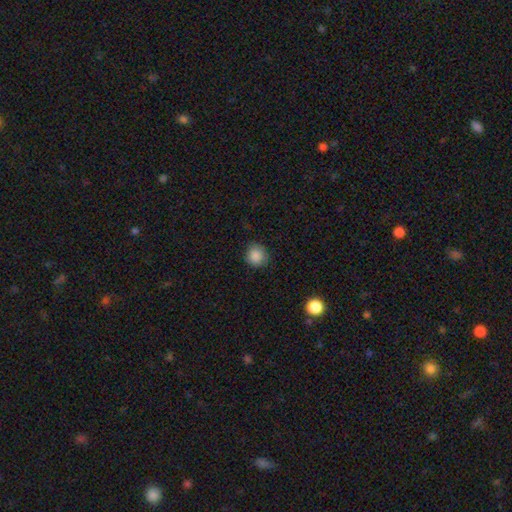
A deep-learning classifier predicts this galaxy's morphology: Overall: smooth (87%). How rounded: round (87%). Merging: none (83%).